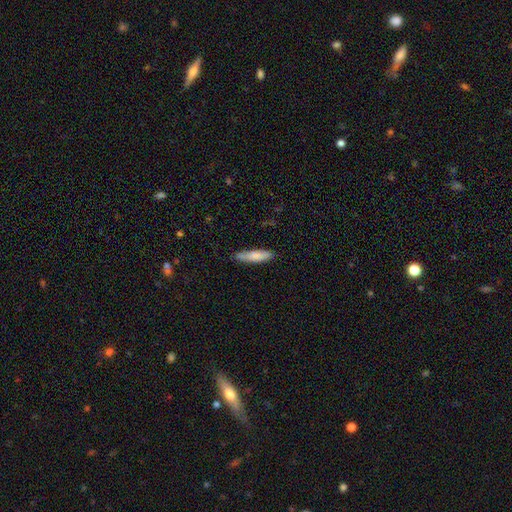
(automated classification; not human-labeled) Smooth or featured: smooth — 79% (featured or disk — 15%)
How rounded: cigar-shaped — 78% (in between — 21%)
Merging: none — 80% (minor disturbance — 16%)